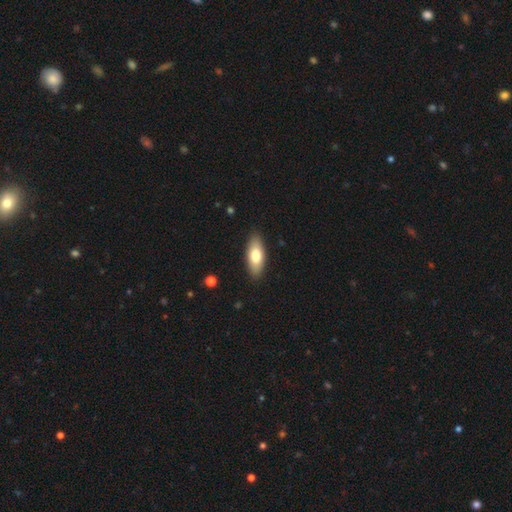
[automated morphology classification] Overall: smooth (75%). How rounded: in between (77%). Merging: none (88%).